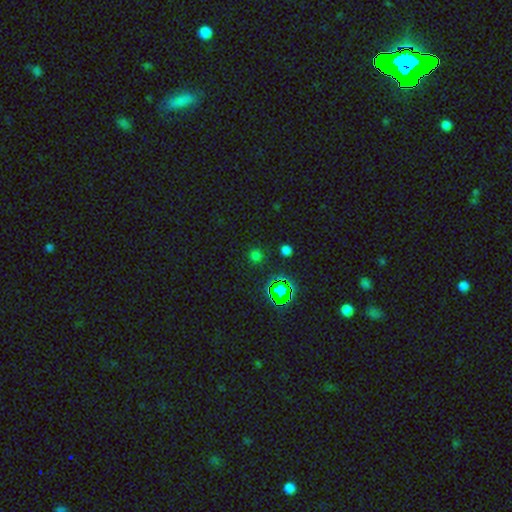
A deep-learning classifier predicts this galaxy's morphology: This appears to be a smooth galaxy with no disk features (61%) that is round (92%). Merging: none (86%).